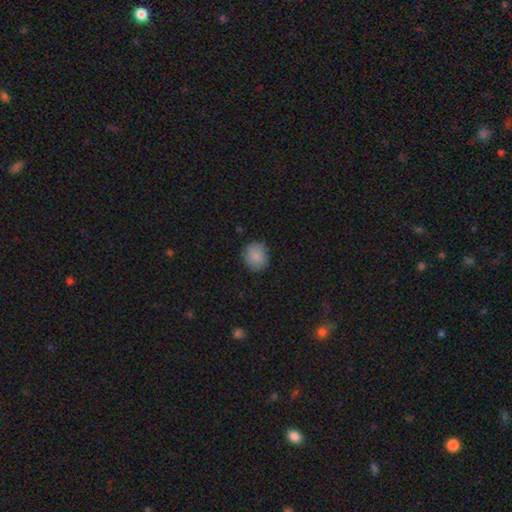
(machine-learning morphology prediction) The model was most divided on "how rounded": round: 80%, in between: 19%, cigar-shaped: 1%. More confident: smooth or featured — smooth (87%); merging — none (83%).